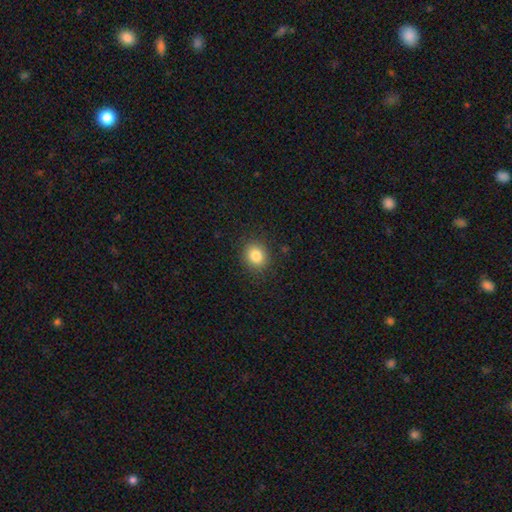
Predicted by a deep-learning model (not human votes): Smooth or featured? smooth (84%)
How rounded? round (70%)
Merging? none (88%)